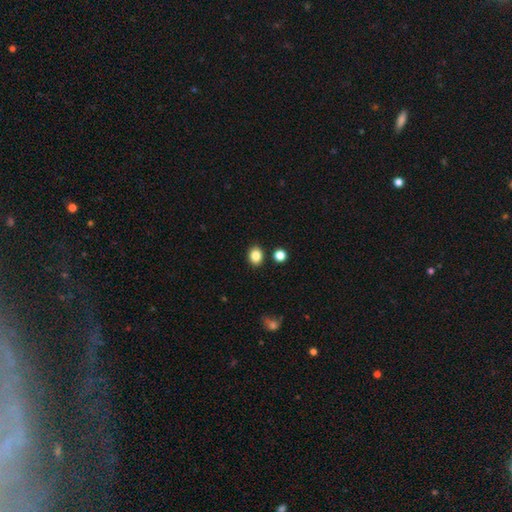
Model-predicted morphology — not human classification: This appears to be a smooth galaxy with no disk features (85%) that is round (55%). Merging: none (87%).